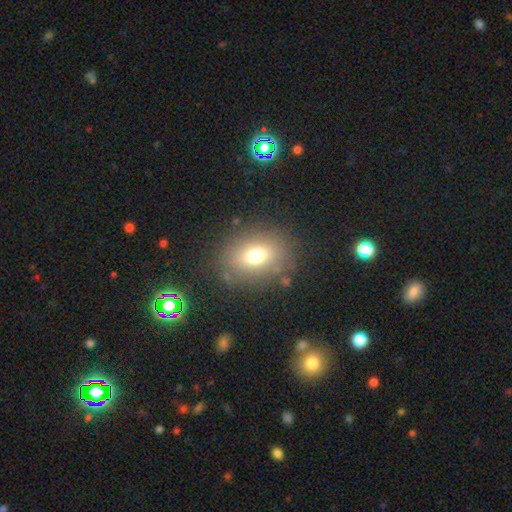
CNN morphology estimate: Smooth or featured: smooth — 66% (featured or disk — 18%)
How rounded: in between — 57% (round — 41%)
Merging: none — 79% (minor disturbance — 12%)